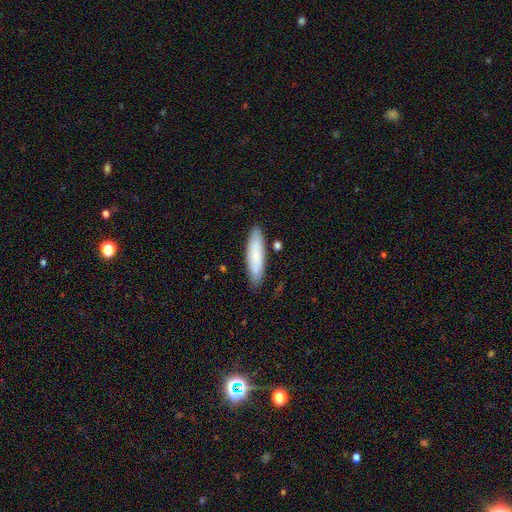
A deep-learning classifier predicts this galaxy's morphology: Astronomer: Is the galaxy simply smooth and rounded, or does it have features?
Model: smooth — 74%.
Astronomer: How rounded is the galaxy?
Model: cigar-shaped — 68%.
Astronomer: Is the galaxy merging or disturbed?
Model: none — 83%.